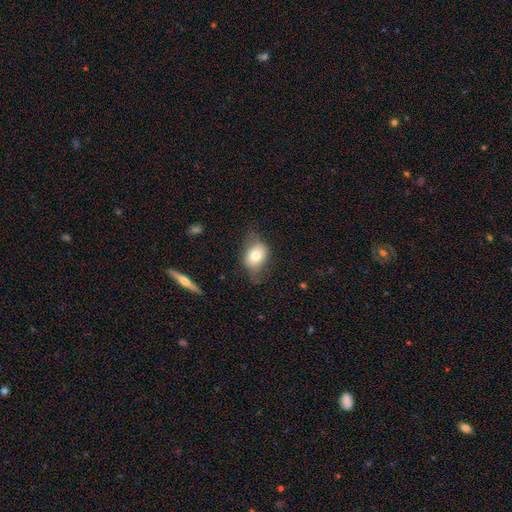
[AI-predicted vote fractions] Smooth or featured: smooth — 71% (featured or disk — 21%)
How rounded: in between — 70% (round — 28%)
Merging: none — 55% (minor disturbance — 30%)